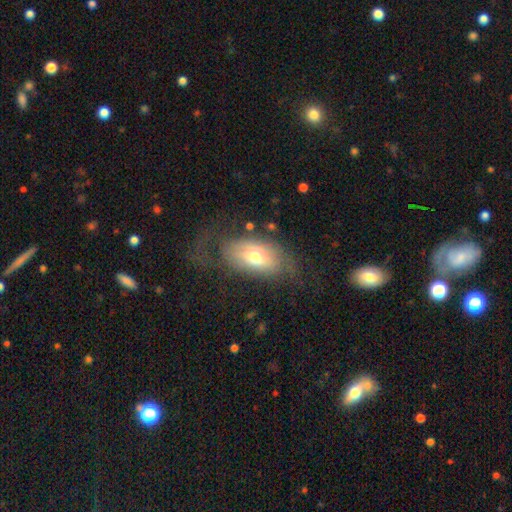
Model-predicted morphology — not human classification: Smooth or featured? Predicted: smooth (p=0.56). How rounded? Predicted: in between (p=0.90). Merging? Predicted: none (p=0.45).